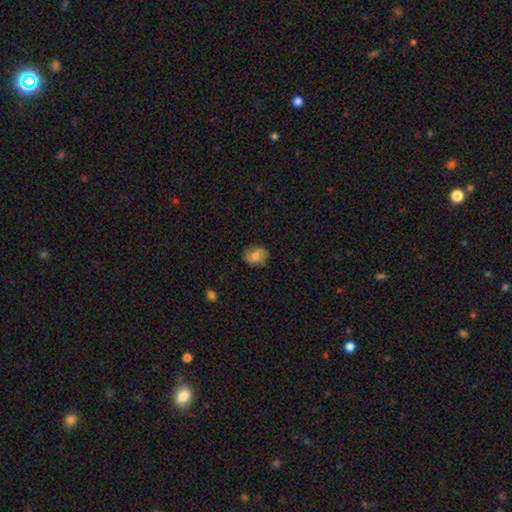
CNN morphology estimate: This appears to be a smooth galaxy with no disk features (56%) that is round (58%). Merging: none (74%).